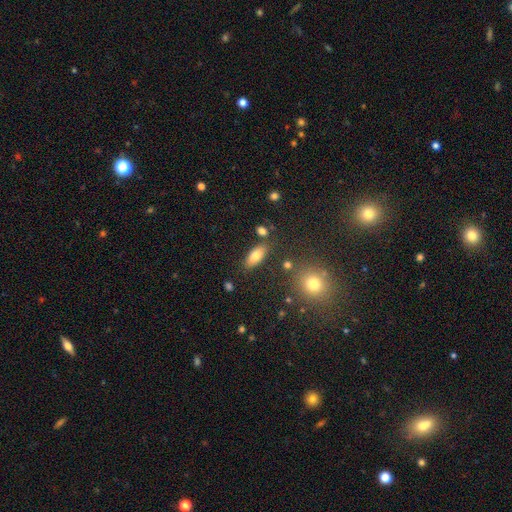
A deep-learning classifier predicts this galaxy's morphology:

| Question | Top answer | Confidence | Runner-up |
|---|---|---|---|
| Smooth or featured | smooth | 77% | featured or disk (14%) |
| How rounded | in between | 84% | cigar-shaped (13%) |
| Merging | none | 81% | minor disturbance (11%) |